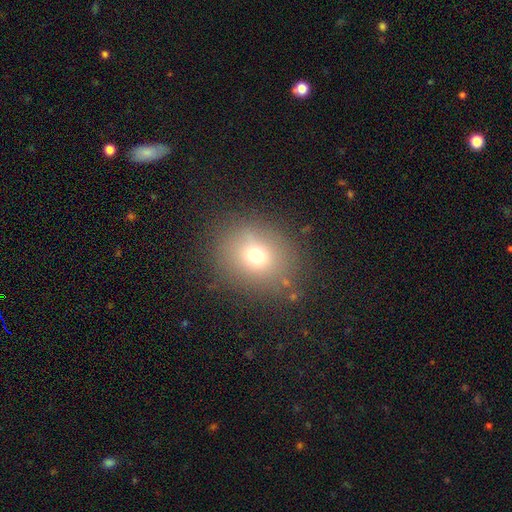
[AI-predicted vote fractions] Q: Smooth or featured?
A: smooth (70%); runner-up: star or artifact (17%)
Q: How rounded?
A: round (70%); runner-up: in between (29%)
Q: Merging?
A: none (82%); runner-up: minor disturbance (11%)